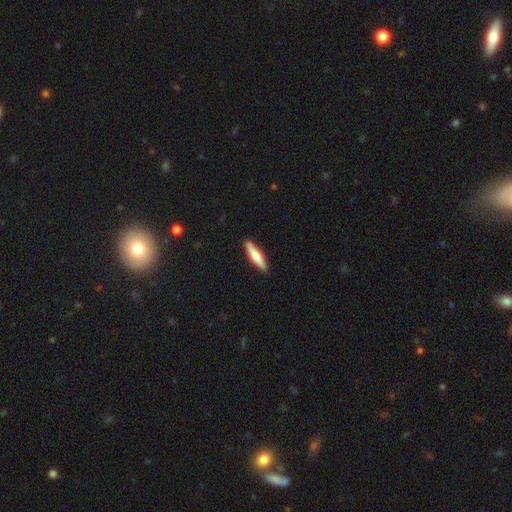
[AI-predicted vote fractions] Morphology: type=smooth (68%); roundness=cigar-shaped (82%); merging=none (88%).